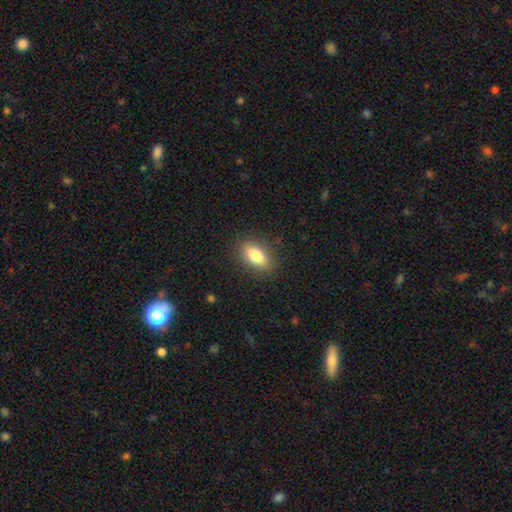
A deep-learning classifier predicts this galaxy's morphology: smooth 81%, featured or disk 11%, star or artifact 8%. Down the decision tree: how rounded — in between (85%); merging — none (87%).